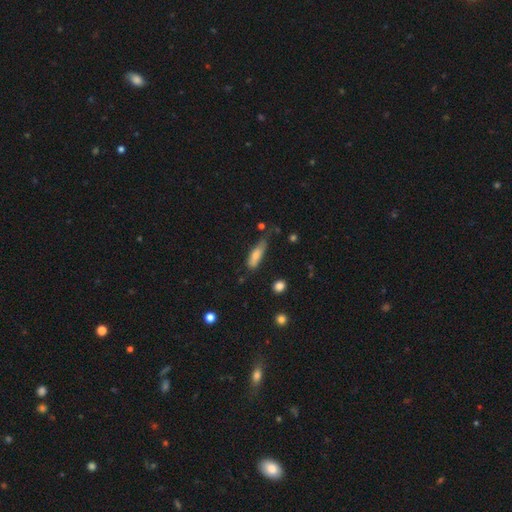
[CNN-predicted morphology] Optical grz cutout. It shows a smooth galaxy with no disk features (75%) that is cigar-shaped (49%, tied with in between). Merging: none (48%).